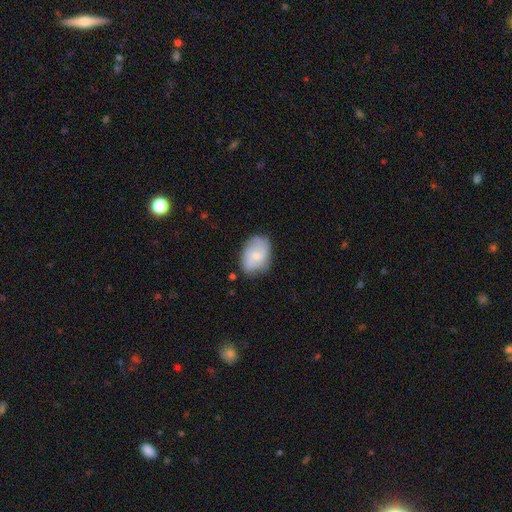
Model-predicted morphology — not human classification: smooth_or_featured: featured or disk (p=0.47) [alt: smooth p=0.46]
merging: none (p=0.70) [alt: minor disturbance p=0.22]